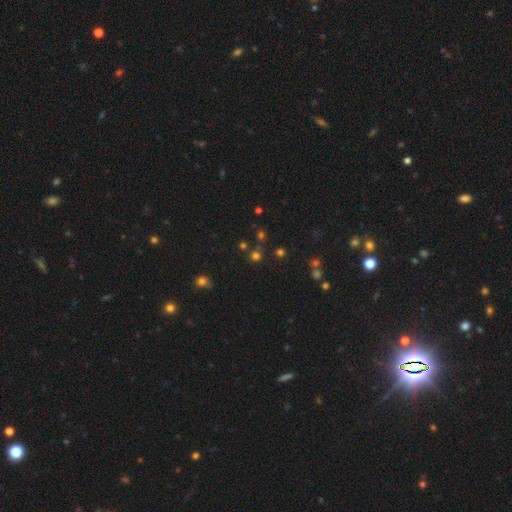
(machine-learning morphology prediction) The model was most divided on "smooth or featured": smooth: 59%, star or artifact: 34%, featured or disk: 6%. More confident: how rounded — round (92%); merging — none (78%).